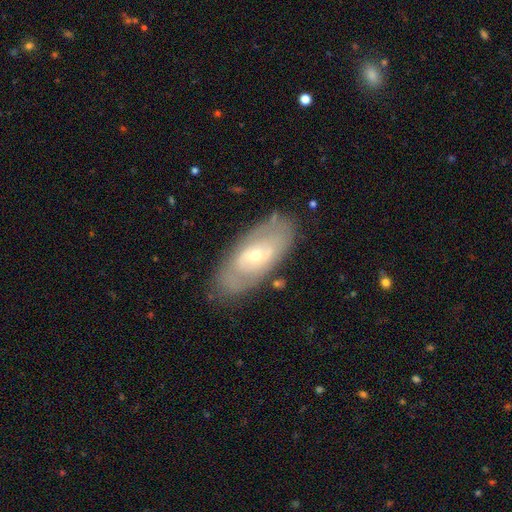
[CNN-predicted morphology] Smooth or featured? featured or disk (66%)
Edge-on disk? no (89%)
Bar? no (52%)
Spiral arms? yes (52%)
Bulge size? small (62%)
Merging? none (78%)